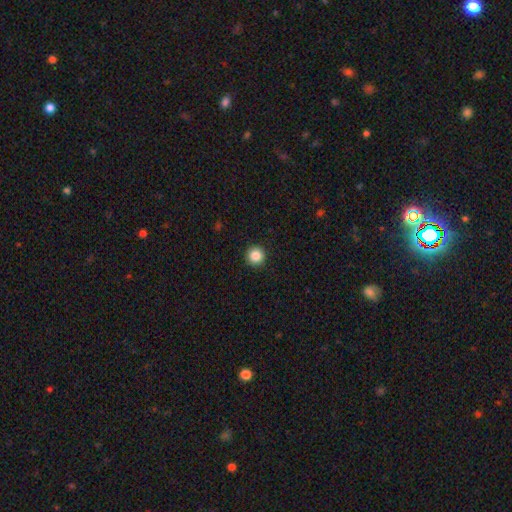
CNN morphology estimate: smooth_or_featured: smooth (p=0.85) [alt: star or artifact p=0.10]
how_rounded: round (p=0.96) [alt: in between p=0.03]
merging: none (p=0.93) [alt: minor disturbance p=0.04]